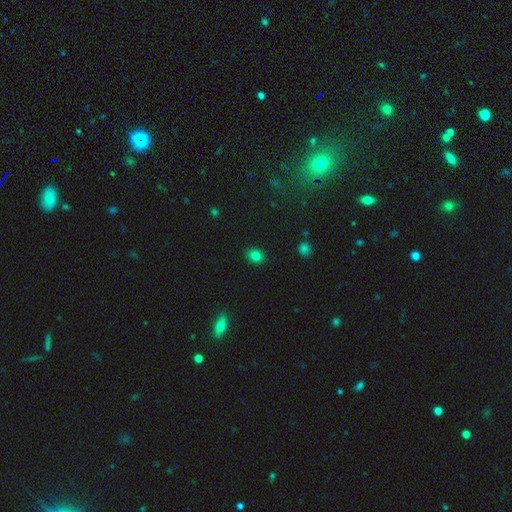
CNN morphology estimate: A smooth galaxy with no disk features (80%) that is round (50%).

Vote fractions:
- Smooth or featured? smooth: 80% / star or artifact: 13% / featured or disk: 6%
- How rounded? round: 50% / in between: 49% / cigar-shaped: 1%
- Merging? none: 87% / minor disturbance: 10% / major disturbance: 2% / merger: 1%